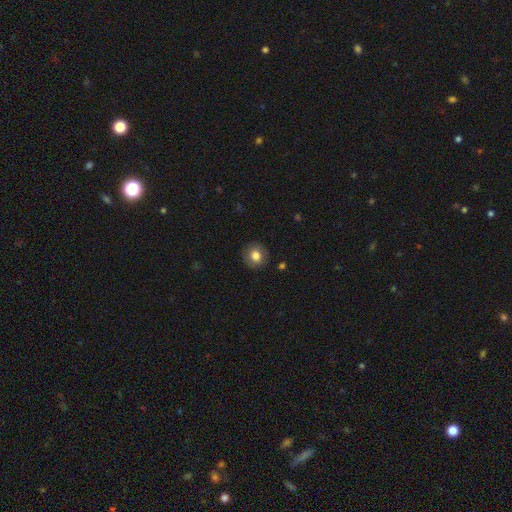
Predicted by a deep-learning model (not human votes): Morphology: type=smooth (79%); roundness=round (83%); merging=none (88%).